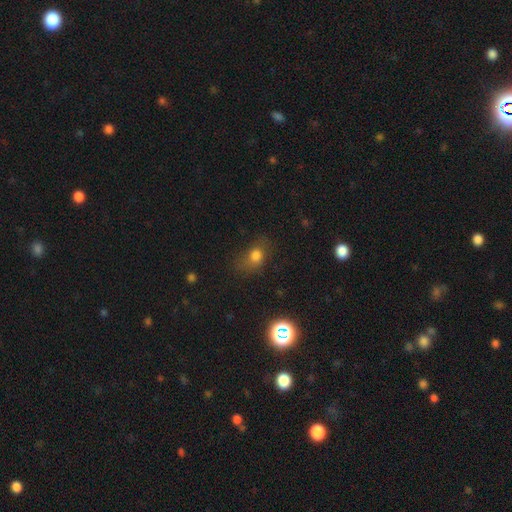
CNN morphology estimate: This is likely a smooth galaxy (72%). How rounded: possibly in between (59%). Merging: possibly none (58%).